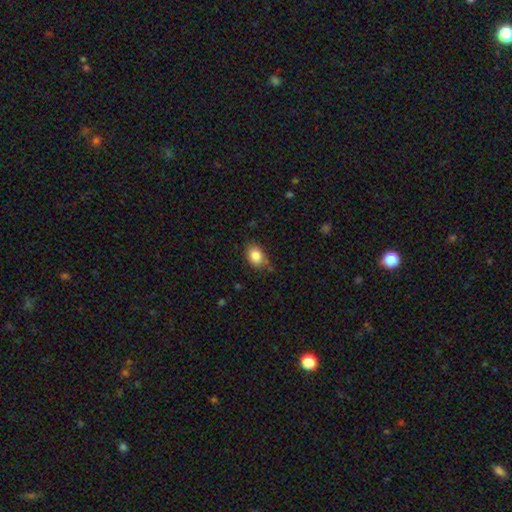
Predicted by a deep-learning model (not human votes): Q: Smooth or featured?
A: smooth (86%); runner-up: star or artifact (8%)
Q: How rounded?
A: in between (79%); runner-up: round (20%)
Q: Merging?
A: none (76%); runner-up: minor disturbance (18%)